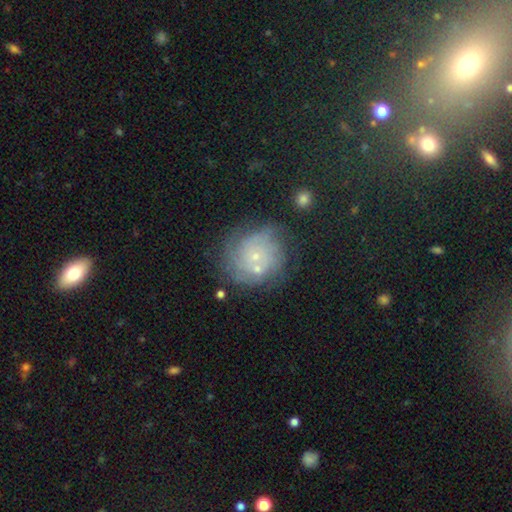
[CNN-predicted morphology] featured or disk 60%, smooth 28%, star or artifact 11%. Down the decision tree: edge-on disk — no (97%); bar — no (85%); spiral arms — yes (79%); bulge size — small (80%); merging — none (58%).